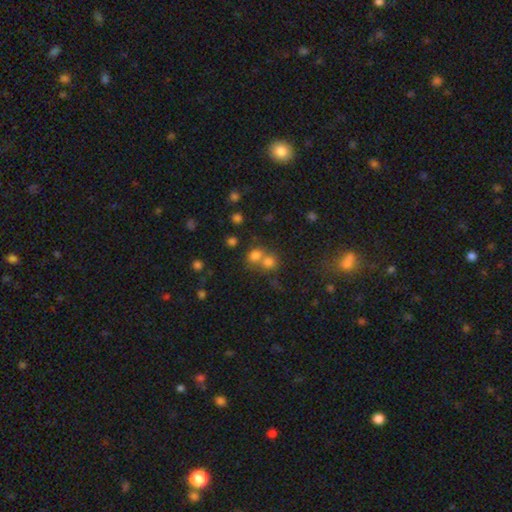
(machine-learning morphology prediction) Smooth or featured?
  - smooth: 72% *
  - star or artifact: 18%
  - featured or disk: 10%
How rounded?
  - round: 73% *
  - in between: 26%
  - cigar-shaped: 1%
Merging?
  - merger: 50% *
  - none: 40%
  - minor disturbance: 7%
  - major disturbance: 4%